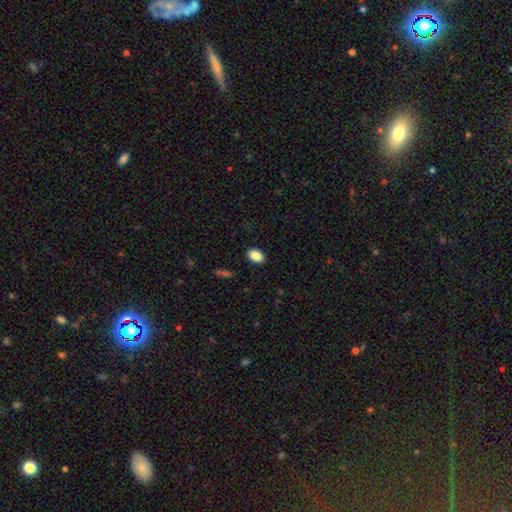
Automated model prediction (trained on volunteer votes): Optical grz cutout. It shows a smooth galaxy with no disk features (87%) that is in between round and cigar-shaped (82%). Merging: none (89%).